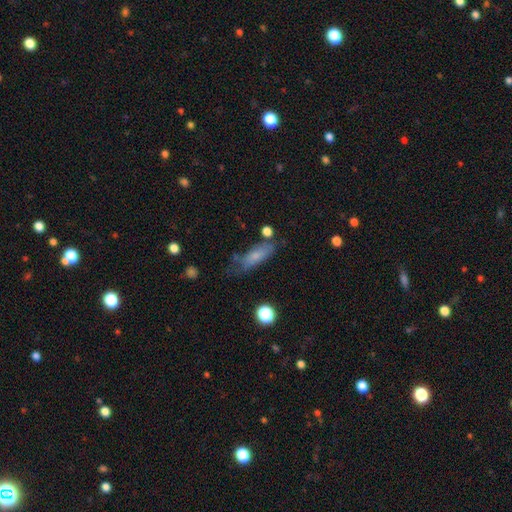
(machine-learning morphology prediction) Smooth or featured? smooth (70%)
How rounded? in between (53%)
Merging? none (56%)